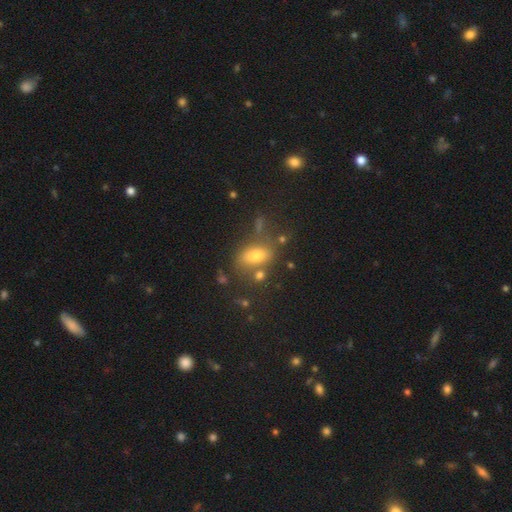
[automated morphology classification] smooth 69%, featured or disk 17%, star or artifact 14%. Down the decision tree: how rounded — in between (82%); merging — none (65%).